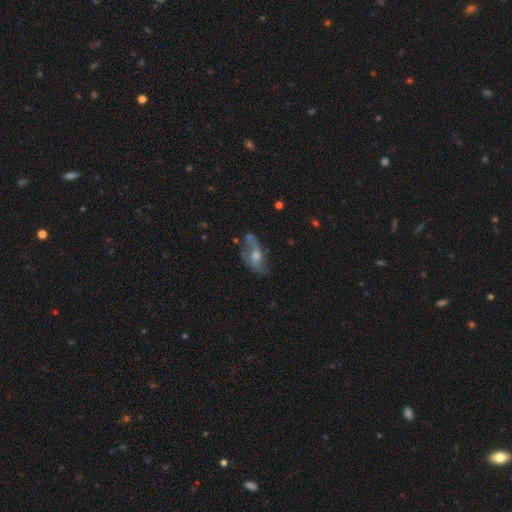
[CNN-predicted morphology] type=featured or disk (71%); edge-on=no (92%); bar=no (58%); spiral arms=yes (82%); winding=loose (66%); arm count=2 (74%); bulge=moderate (54%); merging=none (56%).